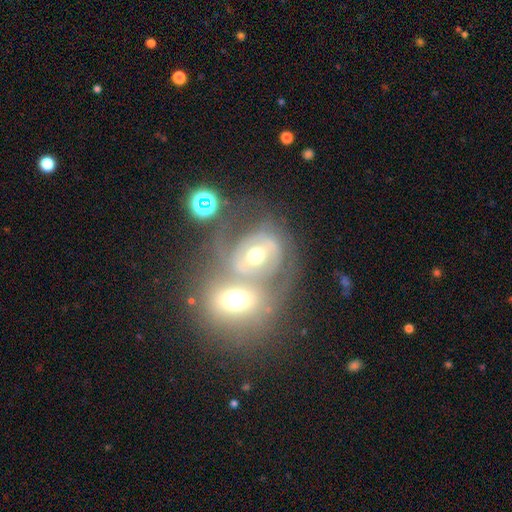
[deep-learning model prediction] A featured or disk galaxy (62%) with no bar (44%), spiral arms (58%) and a moderate central bulge (67%).

Vote fractions:
- Smooth or featured? featured or disk: 62% / smooth: 27% / star or artifact: 11%
- Edge-on disk? no: 95% / yes: 5%
- Bar? no: 44% / weak: 33% / strong: 23%
- Spiral arms? yes: 58% / no: 42%
- Bulge size? moderate: 67% / small: 16% / large: 12% / none: 3% / dominant: 2%
- Merging? merger: 58% / none: 24% / minor disturbance: 9% / major disturbance: 8%